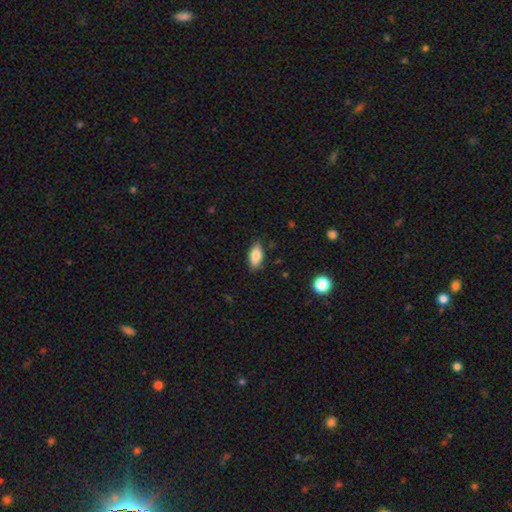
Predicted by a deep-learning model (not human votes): This is clearly a smooth galaxy (82%). How rounded: clearly in between (89%). Merging: clearly none (85%).